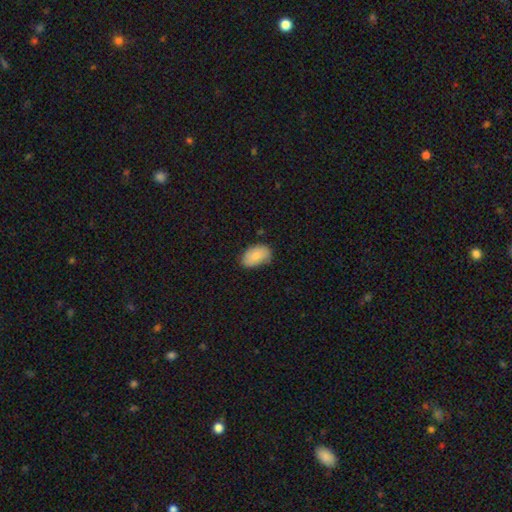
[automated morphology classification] A smooth galaxy with no disk features (85%) that is in between round and cigar-shaped (92%).

Vote fractions:
- Smooth or featured? smooth: 85% / featured or disk: 8% / star or artifact: 7%
- How rounded? in between: 92% / round: 7% / cigar-shaped: 1%
- Merging? none: 70% / minor disturbance: 24% / major disturbance: 4% / merger: 2%